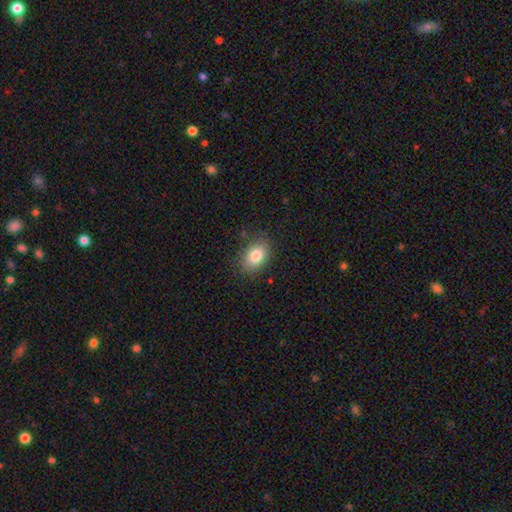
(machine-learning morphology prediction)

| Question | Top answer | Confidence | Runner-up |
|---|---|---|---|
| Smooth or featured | smooth | 83% | featured or disk (9%) |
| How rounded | in between | 83% | round (16%) |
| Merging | none | 82% | minor disturbance (13%) |